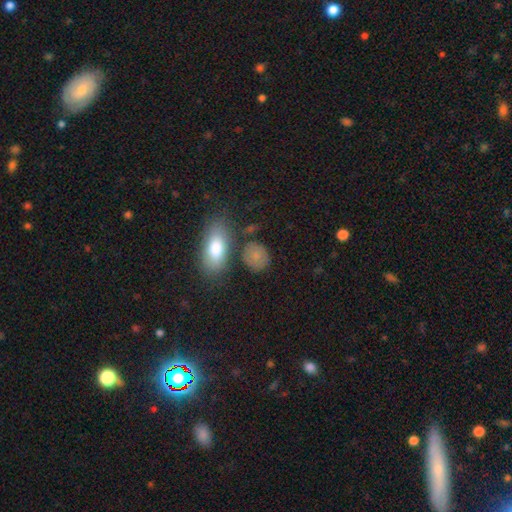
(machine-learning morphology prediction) Smooth or featured?
  - smooth: 76% *
  - featured or disk: 15%
  - star or artifact: 9%
How rounded?
  - in between: 49% *
  - round: 48%
  - cigar-shaped: 3%
Merging?
  - none: 71% *
  - minor disturbance: 16%
  - merger: 8%
  - major disturbance: 6%